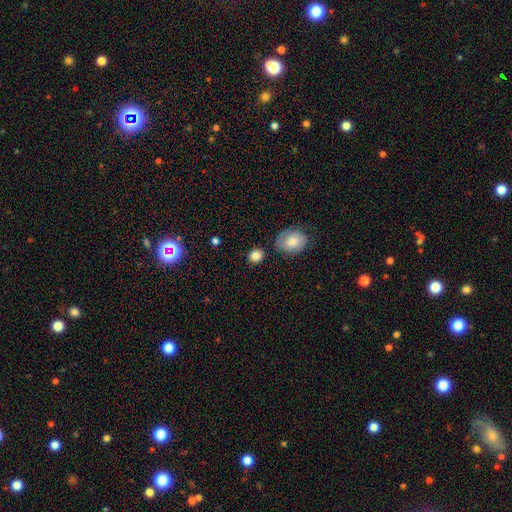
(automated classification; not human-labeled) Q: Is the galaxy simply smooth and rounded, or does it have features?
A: smooth — 84%.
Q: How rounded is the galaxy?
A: round — 64%.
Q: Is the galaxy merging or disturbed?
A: none — 80%.